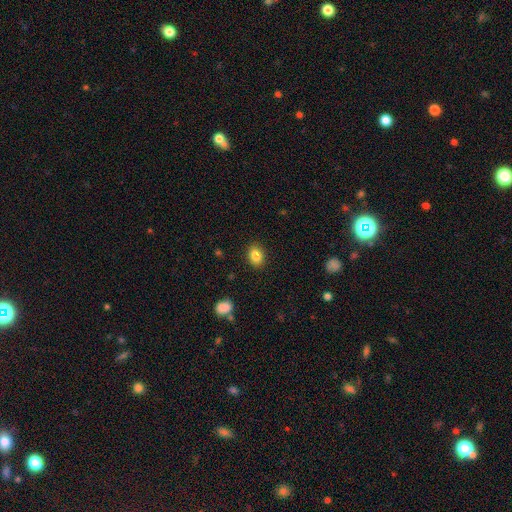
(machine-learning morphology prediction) Smooth or featured?
  - smooth: 85% *
  - star or artifact: 9%
  - featured or disk: 6%
How rounded?
  - in between: 62% *
  - round: 37%
  - cigar-shaped: 1%
Merging?
  - none: 88% *
  - minor disturbance: 8%
  - major disturbance: 2%
  - merger: 1%